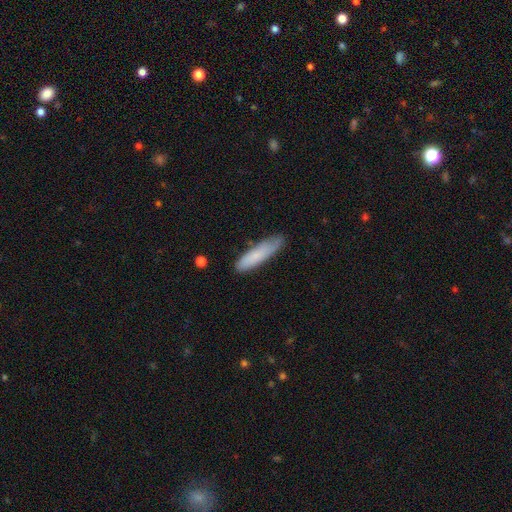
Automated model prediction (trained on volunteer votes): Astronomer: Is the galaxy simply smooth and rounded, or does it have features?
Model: smooth — 77%.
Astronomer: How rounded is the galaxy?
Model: cigar-shaped — 76%.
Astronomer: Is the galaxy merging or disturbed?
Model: none — 74%.